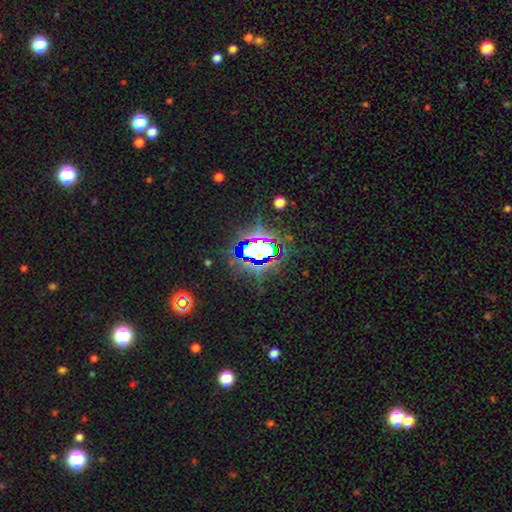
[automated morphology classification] smooth_or_featured: star or artifact (p=0.77) [alt: smooth p=0.12]